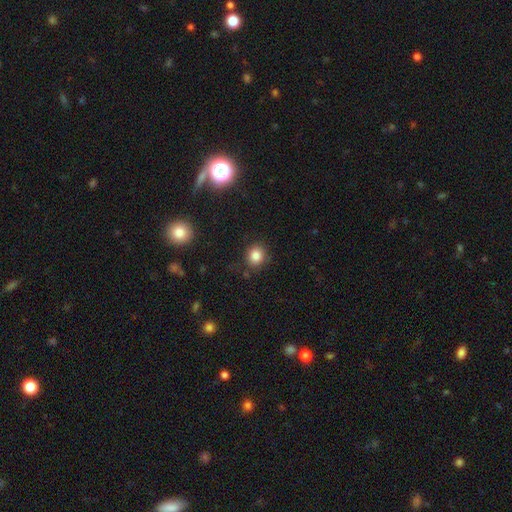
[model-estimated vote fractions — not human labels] Smooth or featured?
  - smooth: 83% *
  - star or artifact: 12%
  - featured or disk: 6%
How rounded?
  - round: 77% *
  - in between: 22%
  - cigar-shaped: 1%
Merging?
  - none: 84% *
  - minor disturbance: 10%
  - major disturbance: 3%
  - merger: 2%